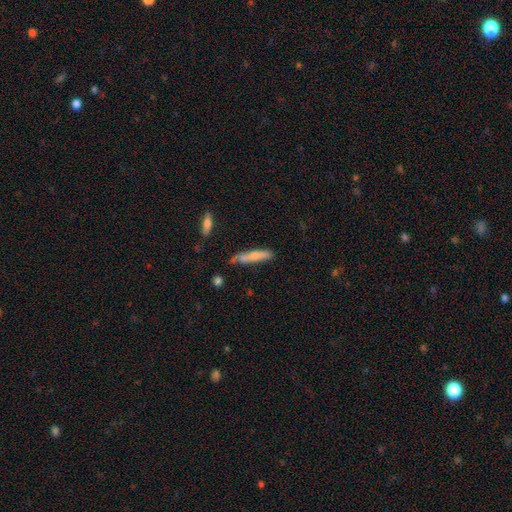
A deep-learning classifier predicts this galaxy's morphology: Overall: smooth (61%; featured or disk 33%). How rounded: cigar-shaped (86%). Merging: none (64%; minor disturbance 24%).